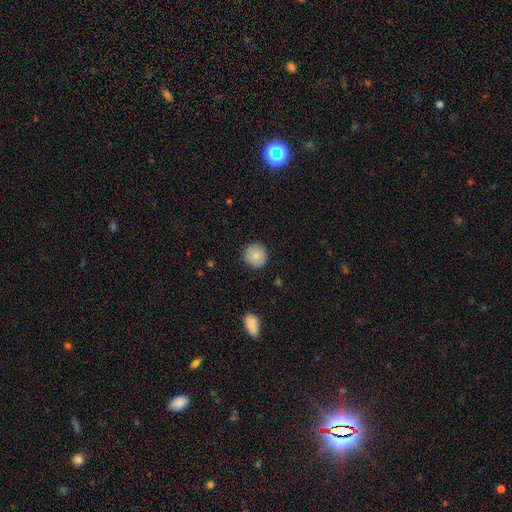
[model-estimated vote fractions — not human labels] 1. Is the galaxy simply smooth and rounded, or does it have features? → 80% smooth, 13% featured or disk, 8% star or artifact.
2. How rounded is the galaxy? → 94% round, 5% in between, 1% cigar-shaped.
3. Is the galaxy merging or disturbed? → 89% none, 8% minor disturbance, 2% major disturbance, 1% merger.